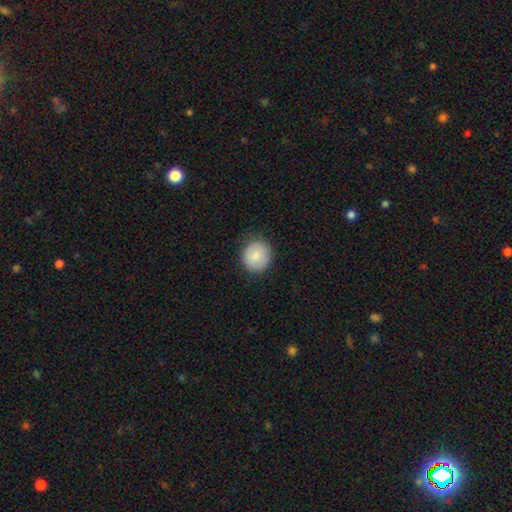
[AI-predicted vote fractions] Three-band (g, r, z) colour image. It shows a smooth galaxy with no disk features (83%) that is round (88%). Merging: none (84%).